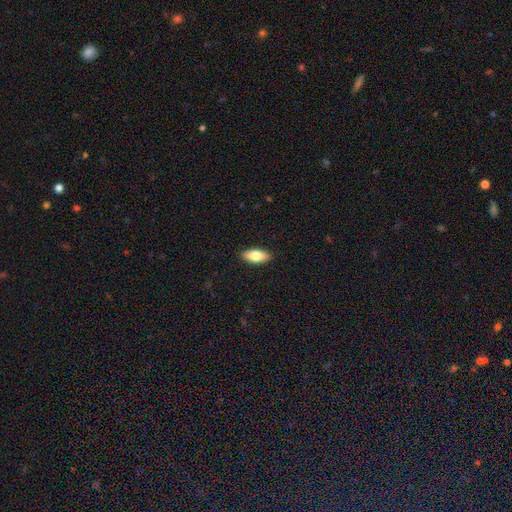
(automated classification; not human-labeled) Smooth or featured?
  - smooth: 75% *
  - featured or disk: 19%
  - star or artifact: 6%
How rounded?
  - in between: 85% *
  - cigar-shaped: 12%
  - round: 3%
Merging?
  - none: 90% *
  - minor disturbance: 7%
  - major disturbance: 2%
  - merger: 1%